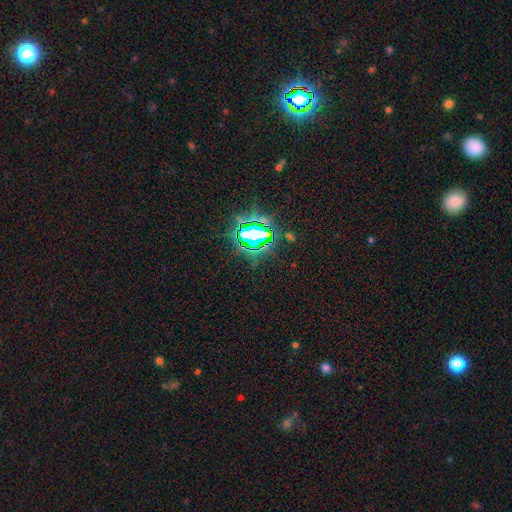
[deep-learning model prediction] Smooth or featured? Predicted: star or artifact (p=0.82).